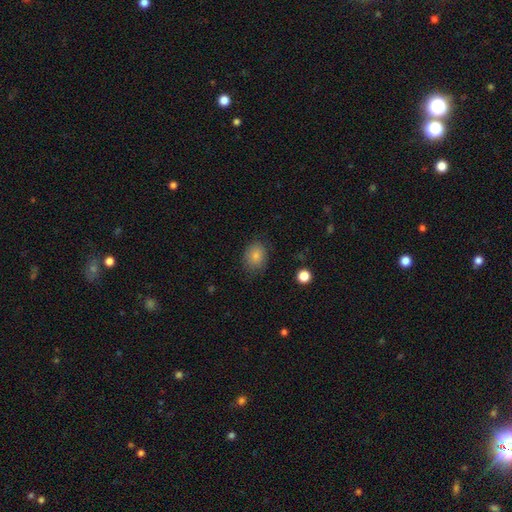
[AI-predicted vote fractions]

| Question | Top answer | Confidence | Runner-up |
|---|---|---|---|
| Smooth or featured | smooth | 84% | star or artifact (10%) |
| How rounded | in between | 53% | round (46%) |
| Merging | none | 78% | minor disturbance (16%) |